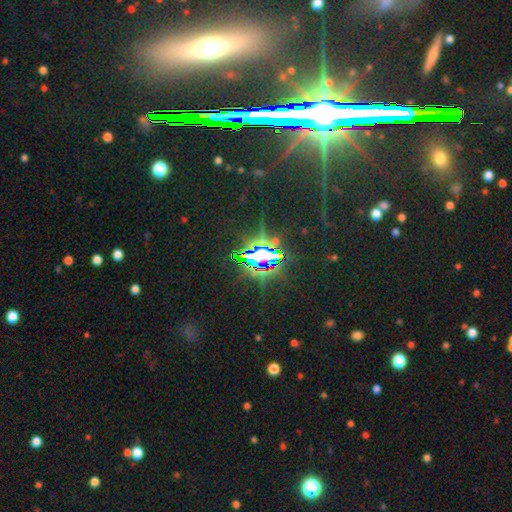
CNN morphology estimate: smooth_or_featured: star or artifact (p=0.79) [alt: smooth p=0.12]